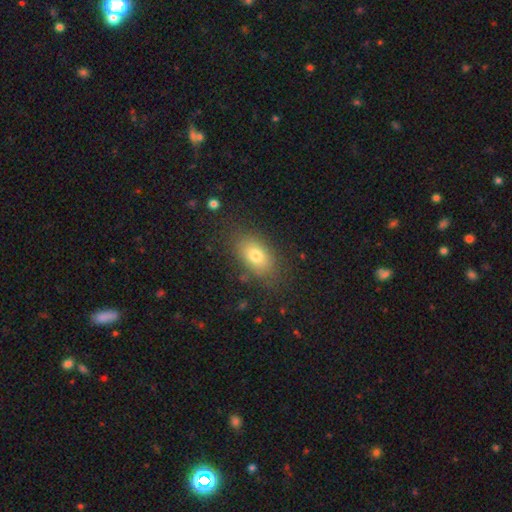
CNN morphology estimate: Smooth or featured? smooth (77%)
How rounded? in between (86%)
Merging? none (81%)